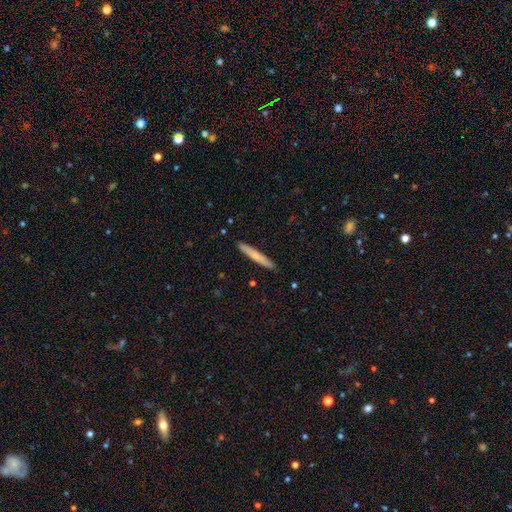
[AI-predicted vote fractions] Smooth or featured? Predicted: smooth (p=0.66). How rounded? Predicted: cigar-shaped (p=0.95). Merging? Predicted: none (p=0.91).